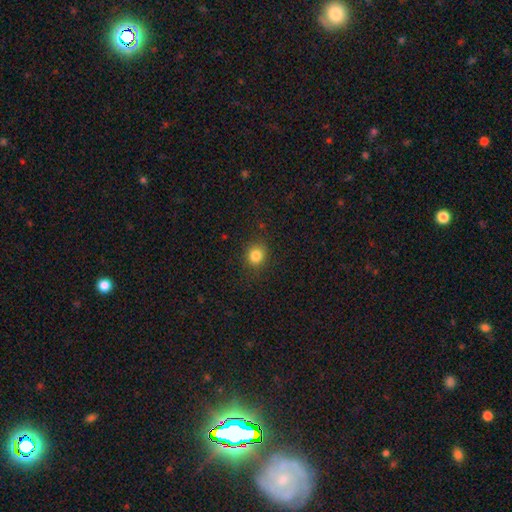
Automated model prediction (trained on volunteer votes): This appears to be a smooth galaxy with no disk features (83%) that is round (82%). Merging: none (88%).